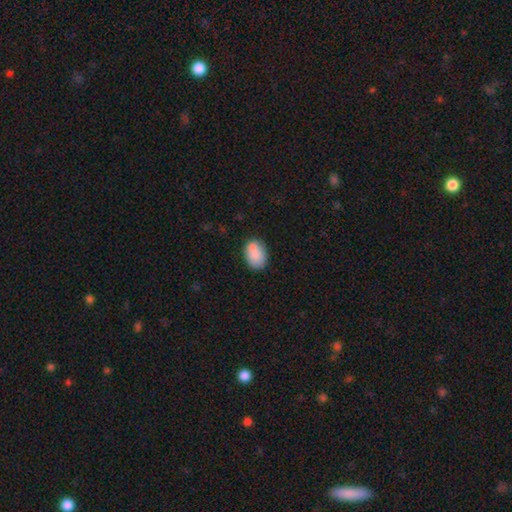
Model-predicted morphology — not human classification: type=smooth (81%); roundness=in between (80%); merging=none (61%).